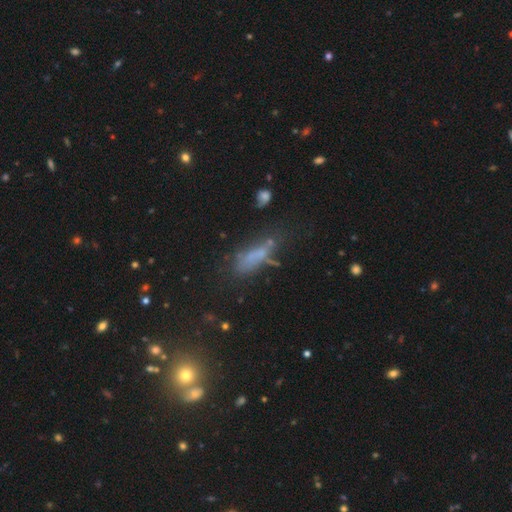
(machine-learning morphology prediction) Smooth or featured?
  - smooth: 54% *
  - featured or disk: 24%
  - star or artifact: 21%
How rounded?
  - in between: 50% *
  - cigar-shaped: 45%
  - round: 4%
Merging?
  - none: 42% *
  - minor disturbance: 24%
  - major disturbance: 24%
  - merger: 10%